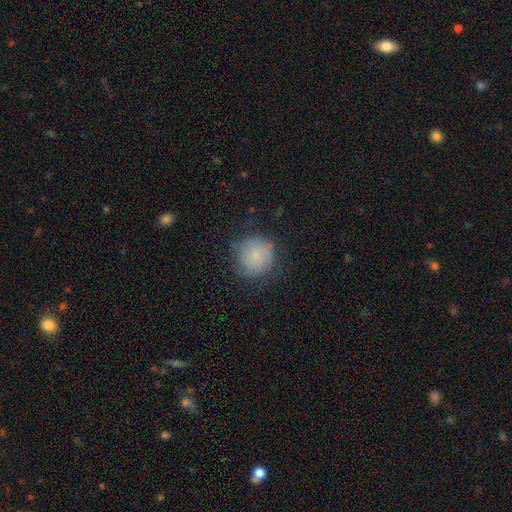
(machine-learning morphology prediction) smooth 74%, featured or disk 17%, star or artifact 9%. Down the decision tree: how rounded — round (91%); merging — none (67%).